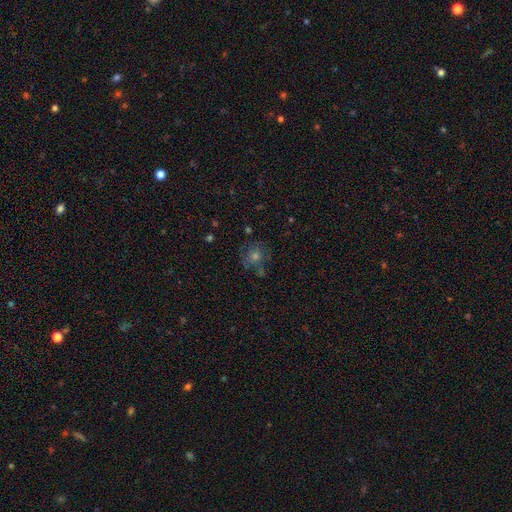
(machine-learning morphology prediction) smooth-or-featured: smooth: 39% | featured or disk: 34% | star or artifact: 27%
  merging: none: 73% | minor disturbance: 15% | major disturbance: 7% | merger: 5%